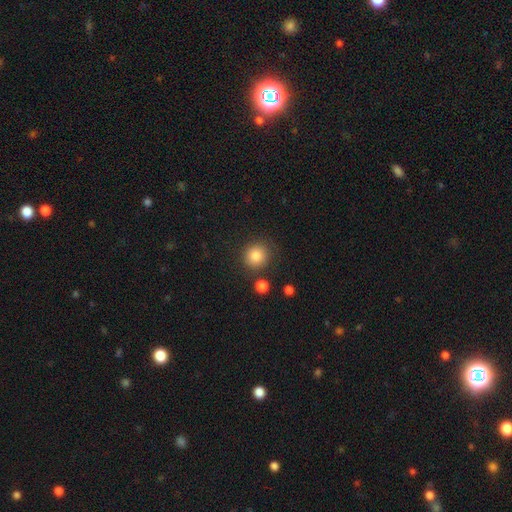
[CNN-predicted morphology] Smooth or featured?
  - smooth: 85% *
  - star or artifact: 10%
  - featured or disk: 5%
How rounded?
  - round: 90% *
  - in between: 9%
  - cigar-shaped: 1%
Merging?
  - none: 82% *
  - minor disturbance: 10%
  - merger: 4%
  - major disturbance: 4%